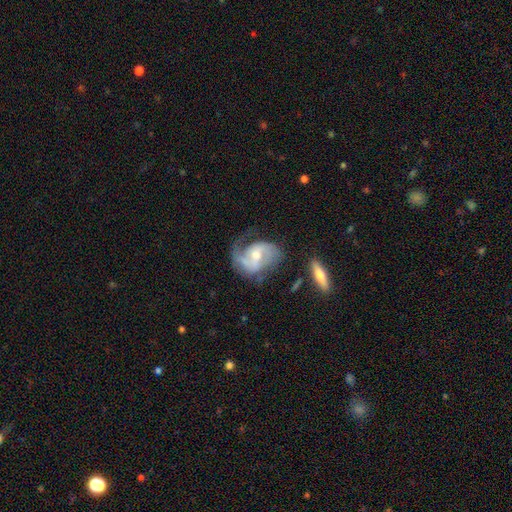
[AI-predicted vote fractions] smooth_or_featured: featured or disk (p=0.83) [alt: smooth p=0.11]
disk_edge_on: no (p=0.97) [alt: yes p=0.03]
bar: weak (p=0.49) [alt: no p=0.34]
has_spiral_arms: yes (p=0.94) [alt: no p=0.06]
spiral_winding: medium (p=0.48) [alt: loose p=0.32]
spiral_arm_count: 2 (p=0.73) [alt: 1 p=0.13]
bulge_size: moderate (p=0.58) [alt: small p=0.34]
merging: none (p=0.51) [alt: minor disturbance p=0.23]